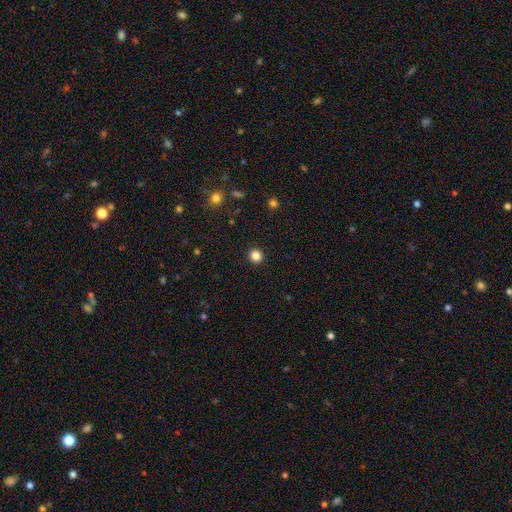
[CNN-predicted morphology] Smooth or featured: smooth — 84% (star or artifact — 12%)
How rounded: round — 90% (in between — 9%)
Merging: none — 93% (minor disturbance — 5%)